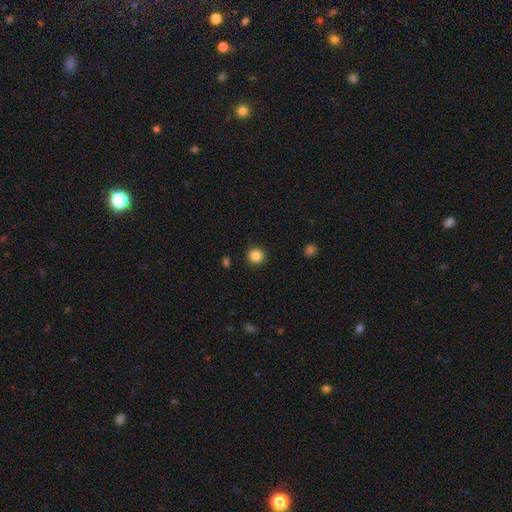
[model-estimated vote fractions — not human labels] This appears to be a smooth galaxy with no disk features (85%) that is round (94%). Merging: none (92%).